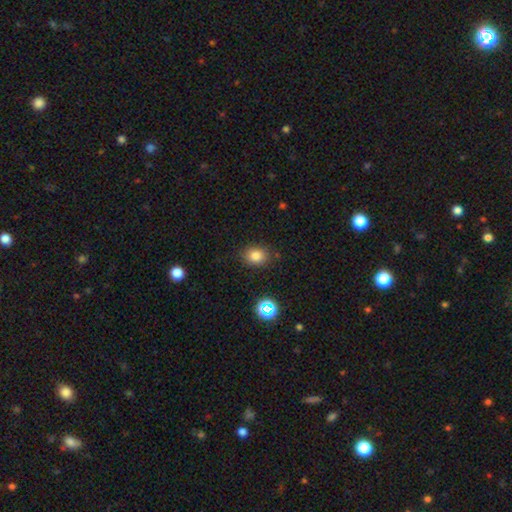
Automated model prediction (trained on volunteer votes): The model was most divided on "how rounded": round: 51%, in between: 48%, cigar-shaped: 1%. More confident: merging — none (82%); smooth or featured — smooth (80%).